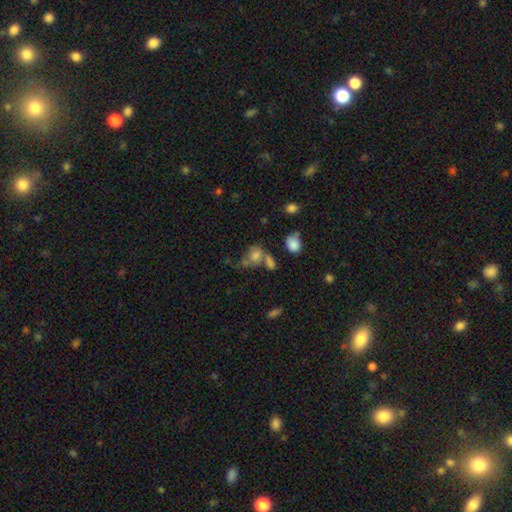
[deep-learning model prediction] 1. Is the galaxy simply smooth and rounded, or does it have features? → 66% smooth, 17% featured or disk, 17% star or artifact.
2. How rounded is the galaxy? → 53% in between, 45% round, 2% cigar-shaped.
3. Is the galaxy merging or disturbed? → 34% none, 33% merger, 17% minor disturbance, 16% major disturbance.